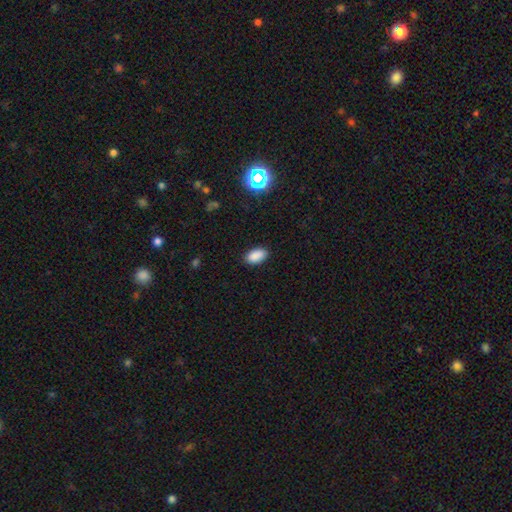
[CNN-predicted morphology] The model was most divided on "merging": none: 87%, minor disturbance: 10%, major disturbance: 2%, merger: 1%. More confident: how rounded — in between (93%); smooth or featured — smooth (87%).